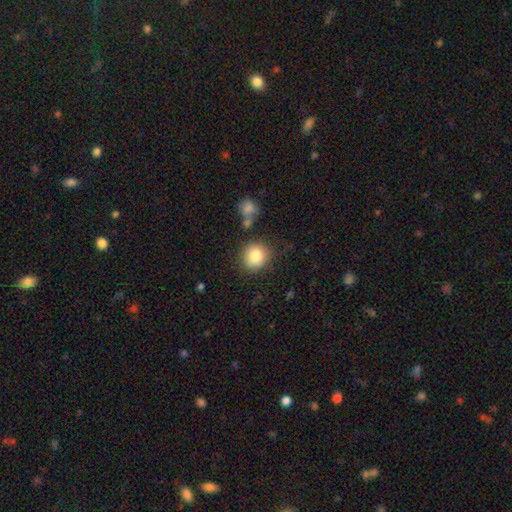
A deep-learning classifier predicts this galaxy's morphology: A smooth galaxy with no disk features (83%) that is round (81%).

Vote fractions:
- Smooth or featured? smooth: 83% / star or artifact: 10% / featured or disk: 8%
- How rounded? round: 81% / in between: 18% / cigar-shaped: 1%
- Merging? none: 80% / minor disturbance: 11% / merger: 5% / major disturbance: 4%